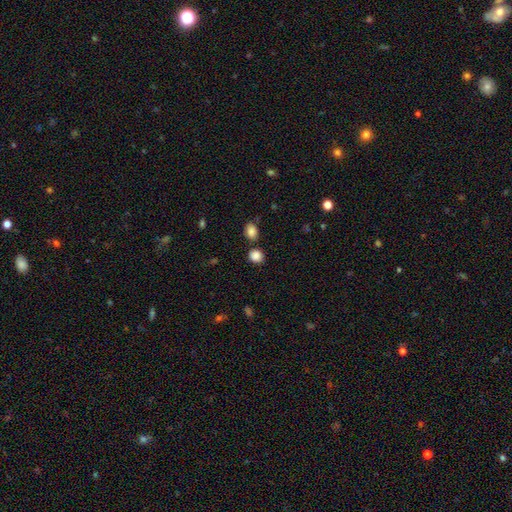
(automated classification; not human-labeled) smooth_or_featured: smooth (p=0.86) [alt: star or artifact p=0.10]
how_rounded: round (p=0.72) [alt: in between p=0.27]
merging: none (p=0.75) [alt: merger p=0.11]